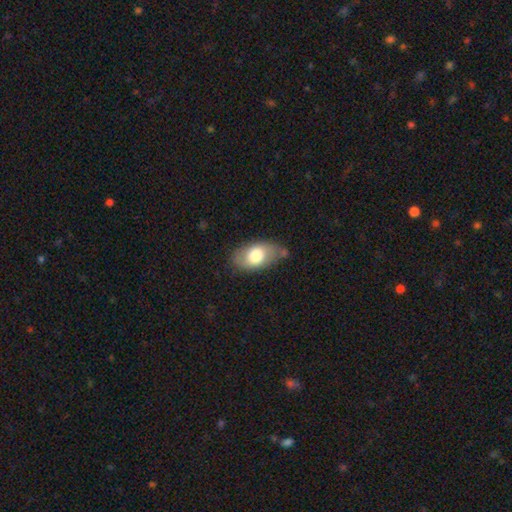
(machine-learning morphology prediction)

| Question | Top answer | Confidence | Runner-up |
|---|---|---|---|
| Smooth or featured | smooth | 68% | featured or disk (26%) |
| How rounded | in between | 92% | round (6%) |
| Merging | none | 67% | minor disturbance (23%) |